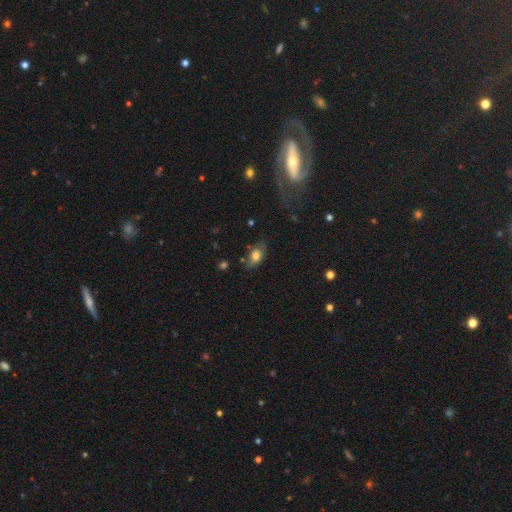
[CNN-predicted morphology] Q: Smooth or featured?
A: smooth (69%); runner-up: featured or disk (21%)
Q: How rounded?
A: in between (85%); runner-up: round (10%)
Q: Merging?
A: none (61%); runner-up: minor disturbance (26%)